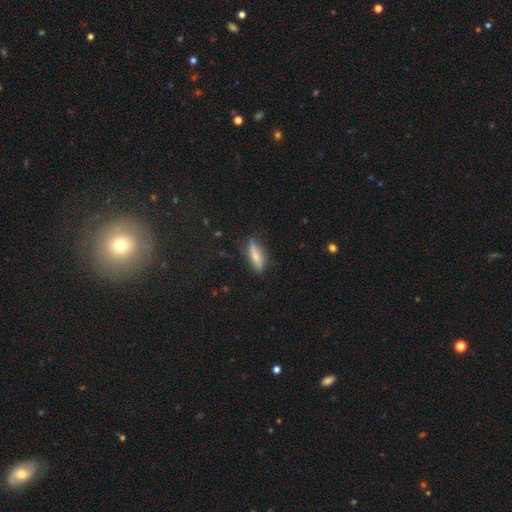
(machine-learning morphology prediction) Overall: smooth (64%; featured or disk 28%). How rounded: cigar-shaped (57%; in between 40%). Merging: none (78%).